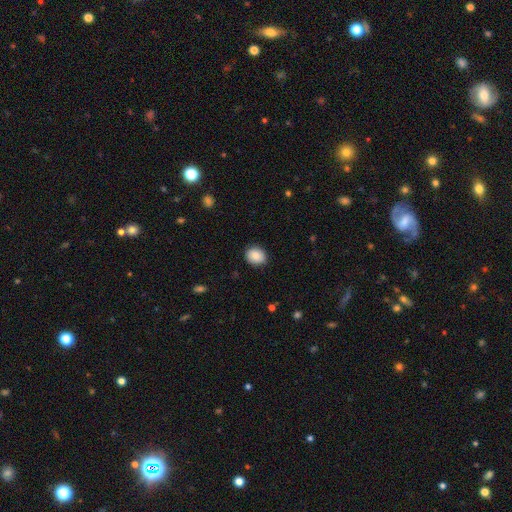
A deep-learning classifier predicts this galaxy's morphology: smooth 81%, featured or disk 11%, star or artifact 8%. Down the decision tree: how rounded — round (61%); merging — none (87%).